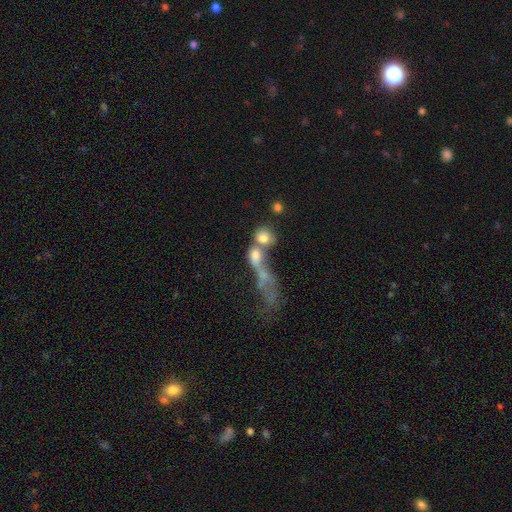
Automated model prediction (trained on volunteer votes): The model was most divided on "how rounded": round: 53%, in between: 38%, cigar-shaped: 10%. More confident: smooth or featured — smooth (59%); merging — merger (59%).